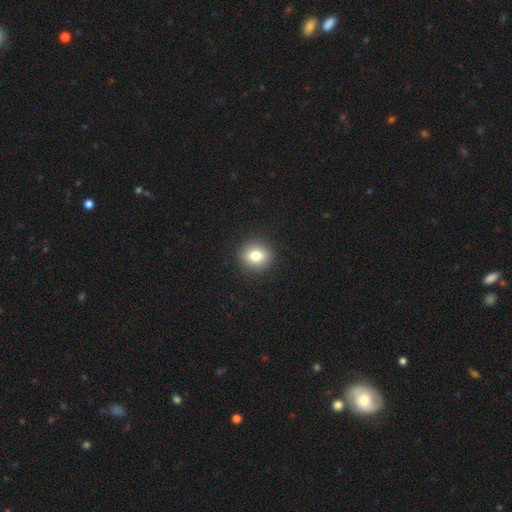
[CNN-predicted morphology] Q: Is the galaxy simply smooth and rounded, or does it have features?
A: smooth — 80%.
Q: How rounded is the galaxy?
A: round — 81%.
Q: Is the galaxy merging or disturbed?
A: none — 91%.